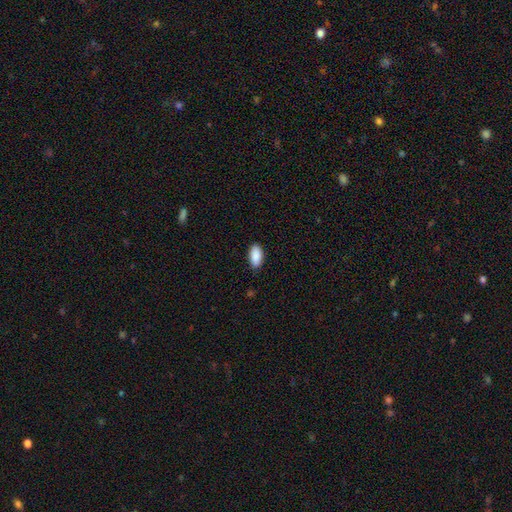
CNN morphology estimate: Smooth or featured? Predicted: smooth (p=0.90). How rounded? Predicted: in between (p=0.92). Merging? Predicted: none (p=0.86).